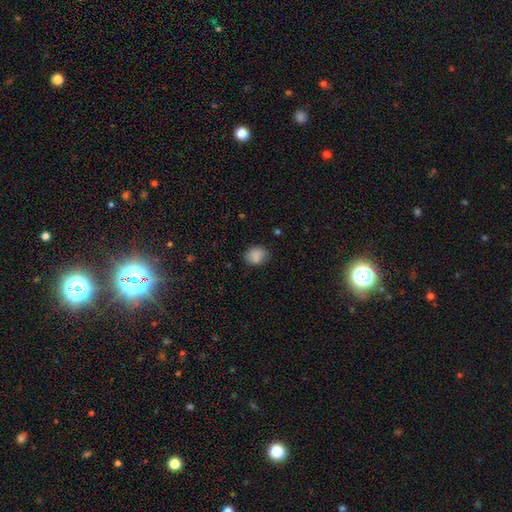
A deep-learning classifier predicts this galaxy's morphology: Smooth or featured?
  - smooth: 86% *
  - star or artifact: 9%
  - featured or disk: 6%
How rounded?
  - in between: 51% *
  - round: 48%
  - cigar-shaped: 1%
Merging?
  - none: 73% *
  - minor disturbance: 21%
  - major disturbance: 4%
  - merger: 2%